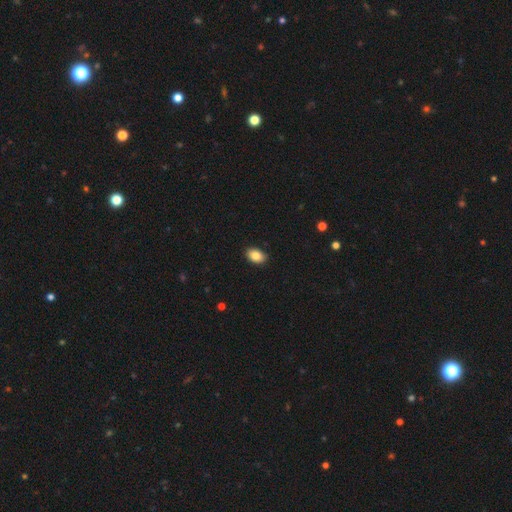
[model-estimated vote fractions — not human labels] Smooth or featured? smooth (85%)
How rounded? in between (86%)
Merging? none (88%)